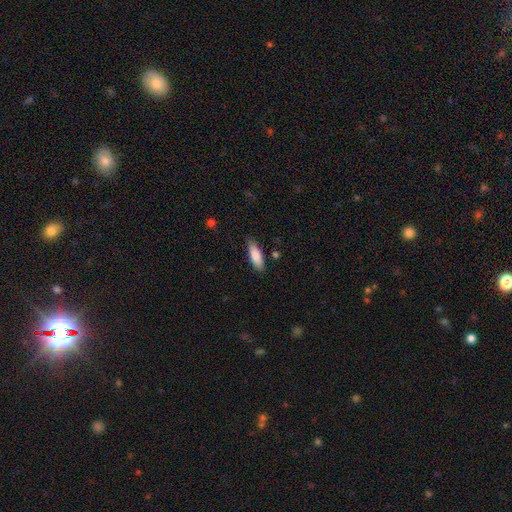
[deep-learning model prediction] The model was most divided on "how rounded": in between: 57%, cigar-shaped: 42%, round: 2%. More confident: smooth or featured — smooth (85%); merging — none (83%).